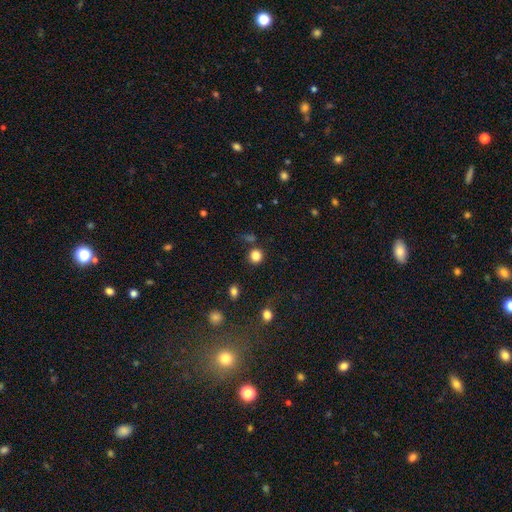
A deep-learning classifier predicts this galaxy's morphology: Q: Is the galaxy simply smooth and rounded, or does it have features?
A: smooth — 83%.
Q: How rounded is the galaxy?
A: round — 92%.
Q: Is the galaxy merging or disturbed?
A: none — 82%.